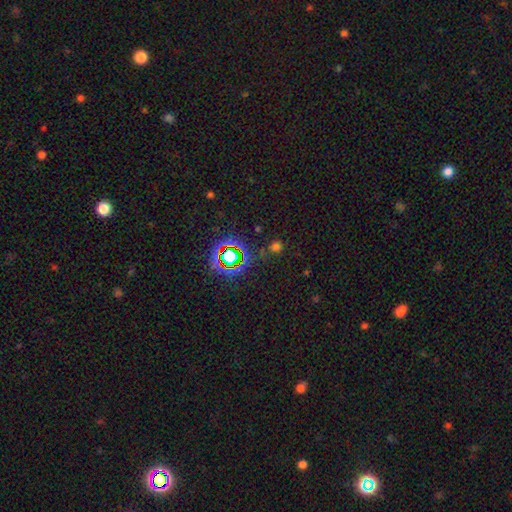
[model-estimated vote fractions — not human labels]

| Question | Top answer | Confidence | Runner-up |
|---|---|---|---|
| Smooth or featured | star or artifact | 73% | smooth (17%) |